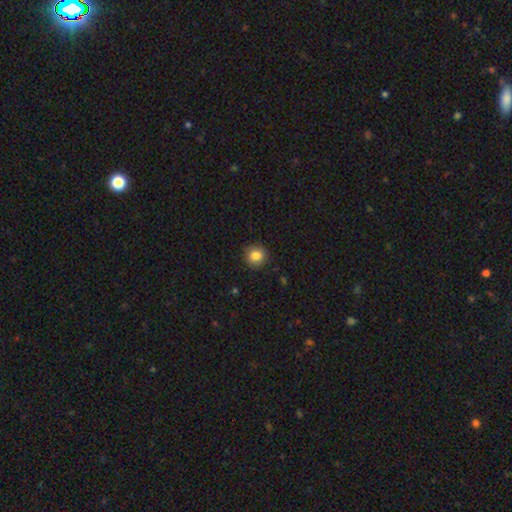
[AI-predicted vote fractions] A smooth galaxy with no disk features (84%) that is round (90%). Merging: none (90%).